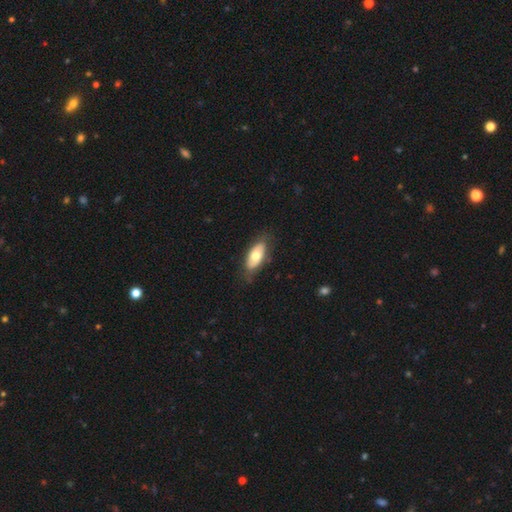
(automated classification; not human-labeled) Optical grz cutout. It shows a smooth galaxy with no disk features (62%) that is in between round and cigar-shaped (89%). Merging: none (76%).